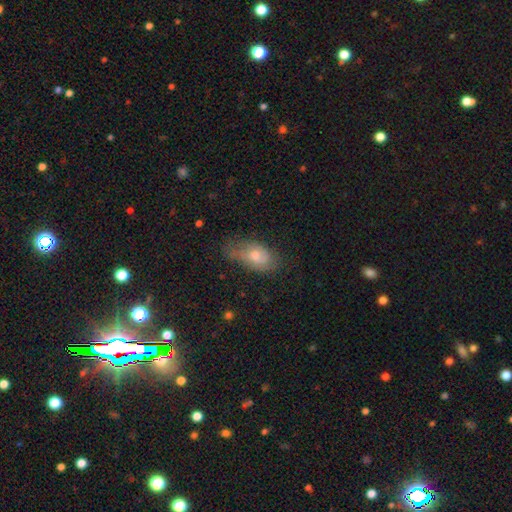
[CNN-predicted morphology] The model was most divided on "merging": none: 51%, minor disturbance: 34%, major disturbance: 13%, merger: 2%. More confident: how rounded — in between (87%); smooth or featured — smooth (55%).